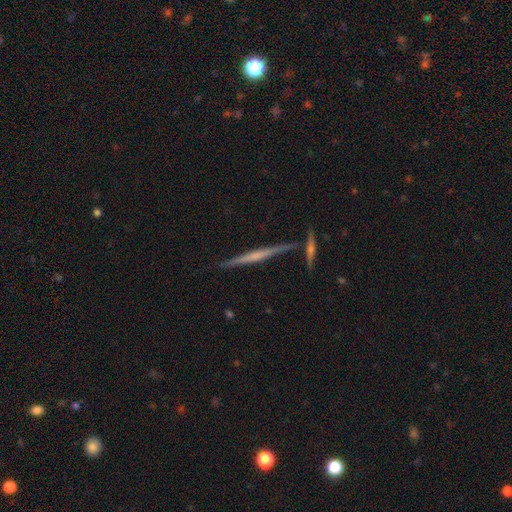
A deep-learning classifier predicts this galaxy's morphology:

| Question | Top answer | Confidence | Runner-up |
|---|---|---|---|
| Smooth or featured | featured or disk | 66% | smooth (28%) |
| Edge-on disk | yes | 98% | no (2%) |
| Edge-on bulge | none | 62% | rounded (27%) |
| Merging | none | 84% | minor disturbance (8%) |